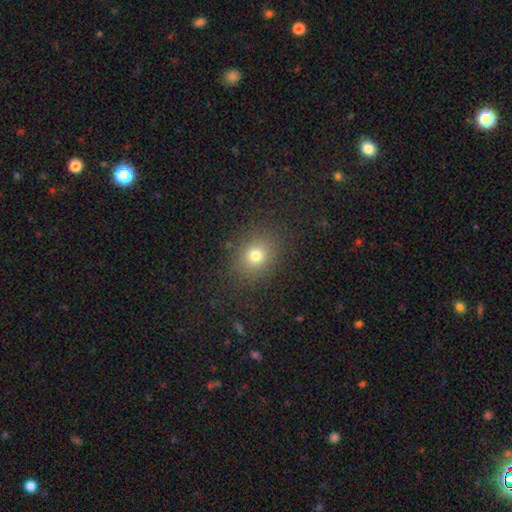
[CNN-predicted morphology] A smooth galaxy with no disk features (74%) that is round (67%).

Vote fractions:
- Smooth or featured? smooth: 74% / star or artifact: 17% / featured or disk: 9%
- How rounded? round: 67% / in between: 32% / cigar-shaped: 1%
- Merging? none: 86% / minor disturbance: 9% / major disturbance: 4% / merger: 1%